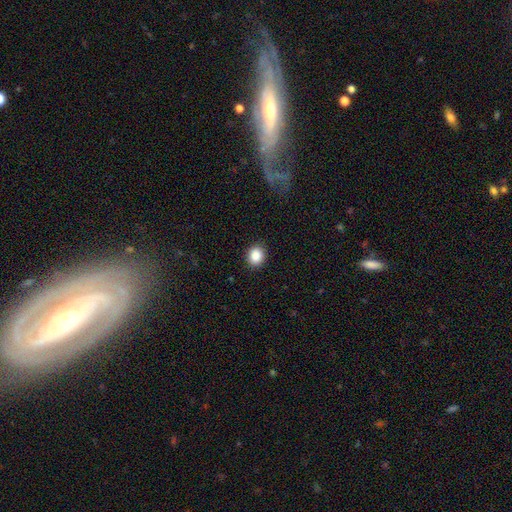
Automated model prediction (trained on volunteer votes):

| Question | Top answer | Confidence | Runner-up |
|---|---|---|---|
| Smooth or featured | smooth | 88% | star or artifact (9%) |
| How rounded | round | 67% | in between (32%) |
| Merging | none | 89% | minor disturbance (8%) |